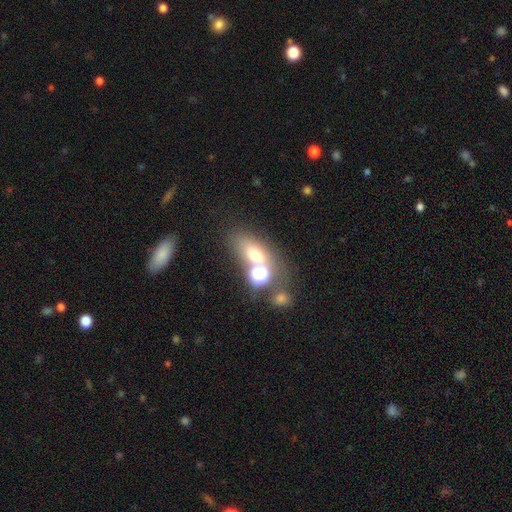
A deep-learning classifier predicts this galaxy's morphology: A smooth galaxy with no disk features (59%) that is in between round and cigar-shaped (61%). Merging: none (50%).